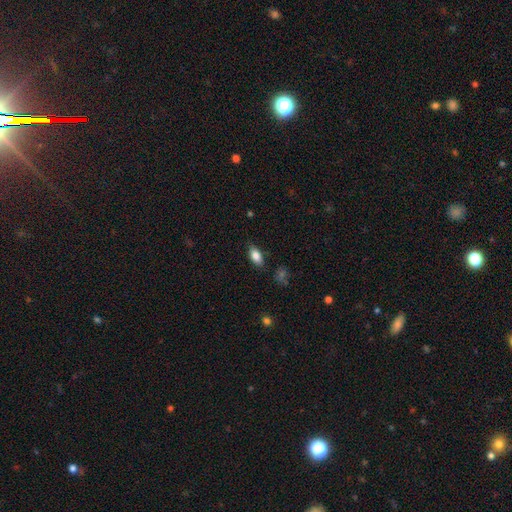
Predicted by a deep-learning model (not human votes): Morphology: type=smooth (83%); roundness=in between (90%); merging=none (83%).